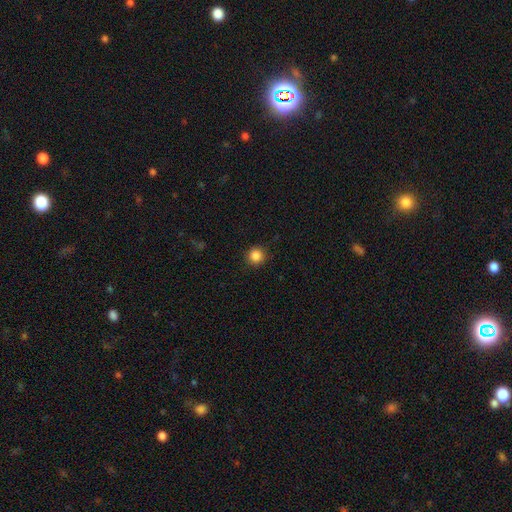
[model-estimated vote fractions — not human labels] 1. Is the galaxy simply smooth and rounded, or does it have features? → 86% smooth, 11% star or artifact, 3% featured or disk.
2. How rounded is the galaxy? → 94% round, 5% in between, 1% cigar-shaped.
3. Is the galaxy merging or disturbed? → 91% none, 6% minor disturbance, 2% major disturbance, 1% merger.